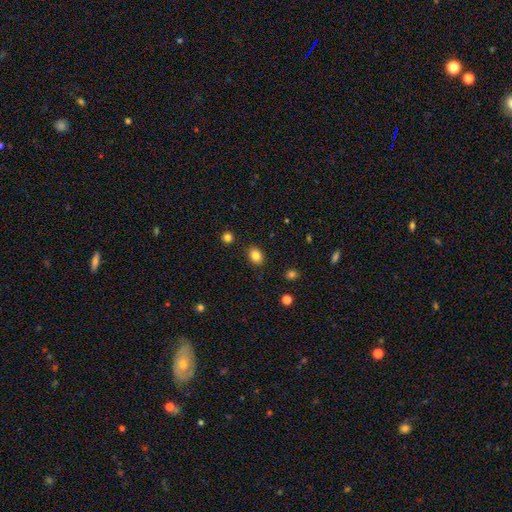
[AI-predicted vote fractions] smooth-or-featured: smooth: 84% | star or artifact: 11% | featured or disk: 6%
  how-rounded: in between: 54% | round: 45% | cigar-shaped: 1%
  merging: none: 88% | minor disturbance: 8% | major disturbance: 2% | merger: 2%